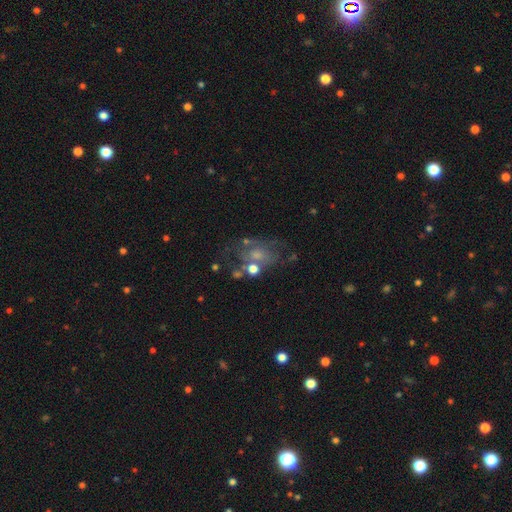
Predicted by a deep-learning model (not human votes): The model was most divided on "merging": none: 47%, major disturbance: 22%, minor disturbance: 19%, merger: 12%. More confident: edge-on disk — no (95%); smooth or featured — featured or disk (52%).